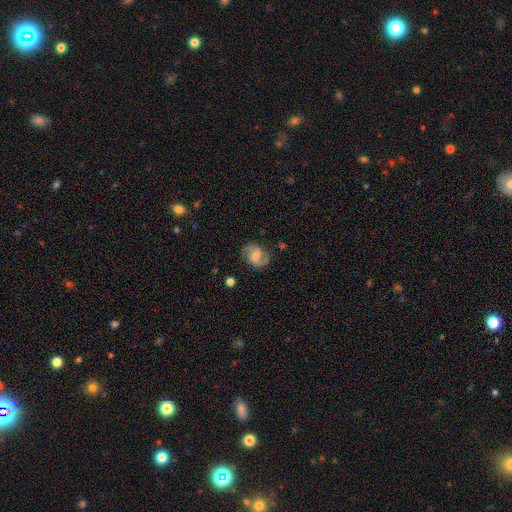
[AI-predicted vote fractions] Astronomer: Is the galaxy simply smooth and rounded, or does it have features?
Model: featured or disk — 78%.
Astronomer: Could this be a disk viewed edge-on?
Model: no — 98%.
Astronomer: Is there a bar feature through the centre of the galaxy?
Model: weak — 51% (runner-up: no, 34%).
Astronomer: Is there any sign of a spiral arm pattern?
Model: yes — 95%.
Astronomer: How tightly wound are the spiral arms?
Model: medium — 51% (runner-up: loose, 33%).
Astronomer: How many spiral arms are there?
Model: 2 — 91%.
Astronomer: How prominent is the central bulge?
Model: small — 40% (runner-up: moderate, 39%).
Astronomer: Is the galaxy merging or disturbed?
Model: none — 79%.